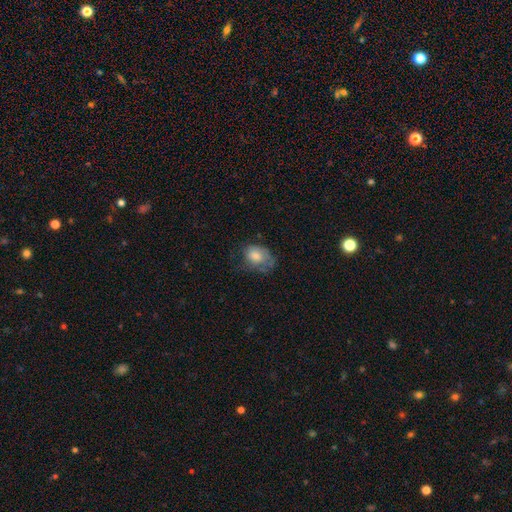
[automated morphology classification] The model was most divided on "merging": none: 44%, minor disturbance: 30%, major disturbance: 23%, merger: 2%. More confident: how rounded — in between (70%); smooth or featured — smooth (62%).